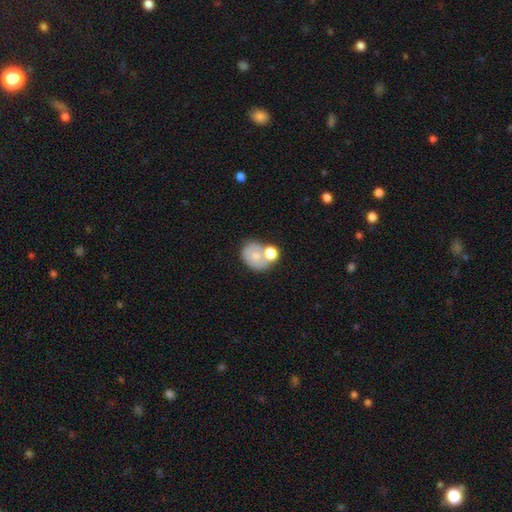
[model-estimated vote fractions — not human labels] This is likely a smooth galaxy (69%). How rounded: possibly round (54%). Merging: marginally merger (41%).